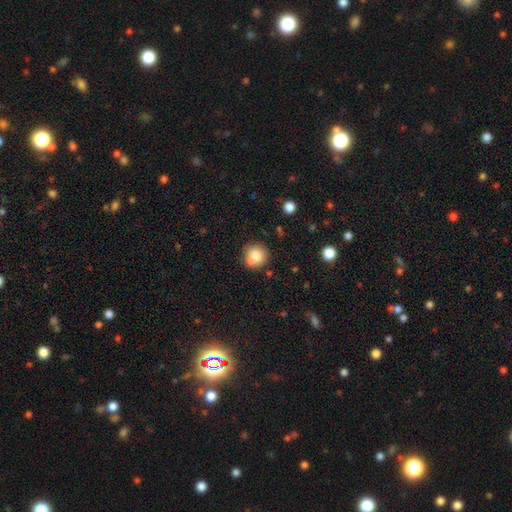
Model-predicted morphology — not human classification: smooth 78%, featured or disk 12%, star or artifact 10%. Down the decision tree: how rounded — round (90%); merging — none (66%).